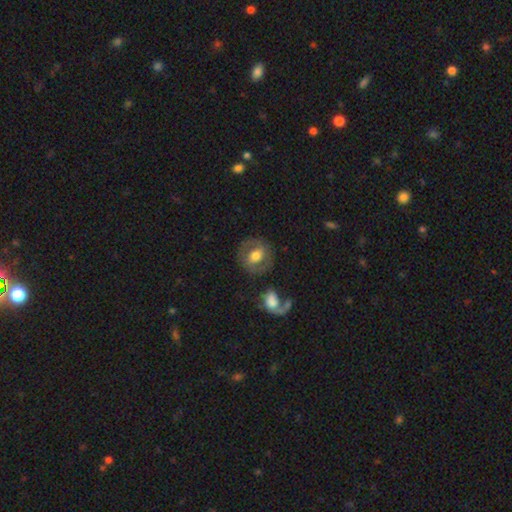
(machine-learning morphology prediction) Q: Smooth or featured?
A: featured or disk (47%); runner-up: smooth (46%)
Q: Merging?
A: none (77%); runner-up: minor disturbance (12%)